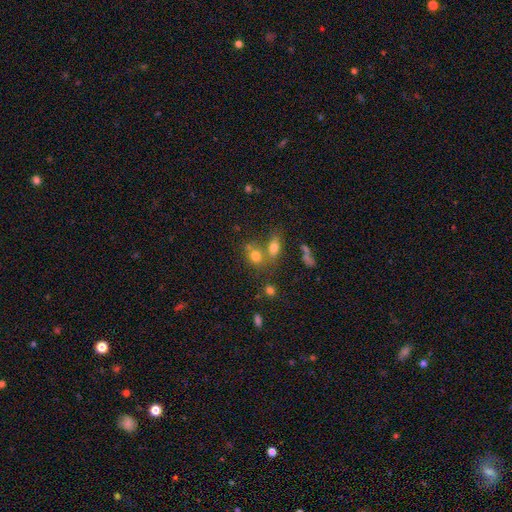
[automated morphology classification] Overall: smooth (74%). How rounded: round (53%; in between 46%). Merging: none (44%; merger 40%).